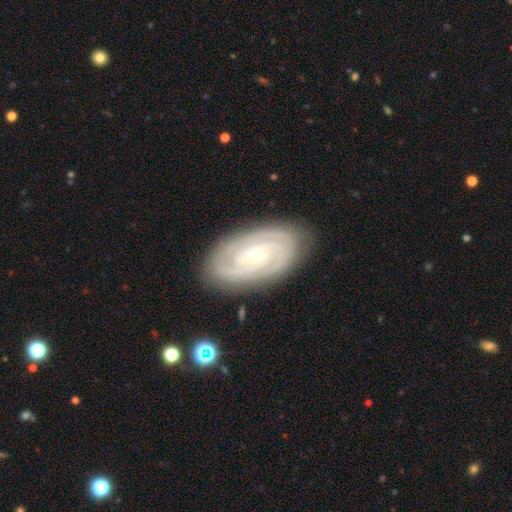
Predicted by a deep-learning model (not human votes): smooth_or_featured: featured or disk (p=0.87) [alt: smooth p=0.08]
disk_edge_on: no (p=0.96) [alt: yes p=0.04]
bar: no (p=0.59) [alt: weak p=0.30]
has_spiral_arms: yes (p=0.97) [alt: no p=0.03]
spiral_winding: tight (p=0.76) [alt: medium p=0.21]
spiral_arm_count: 2 (p=0.34) [alt: 3 p=0.23]
bulge_size: small (p=0.78) [alt: moderate p=0.19]
merging: none (p=0.83) [alt: minor disturbance p=0.13]